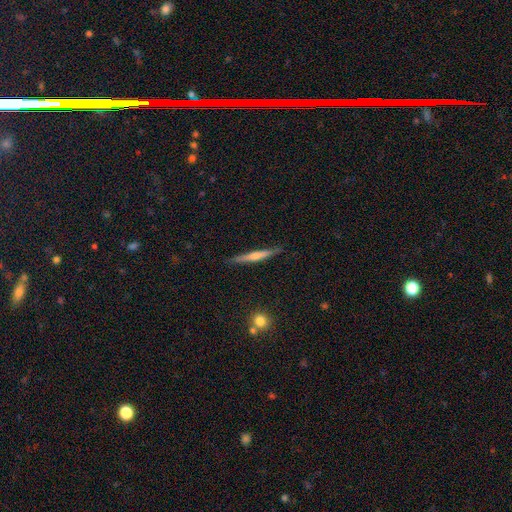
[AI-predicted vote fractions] smooth-or-featured: featured or disk: 54% | smooth: 39% | star or artifact: 6%
  disk-edge-on: yes: 97% | no: 3%
    edge-on-bulge: rounded: 53% | none: 36% | boxy: 11%
  merging: none: 88% | minor disturbance: 9% | major disturbance: 2% | merger: 1%